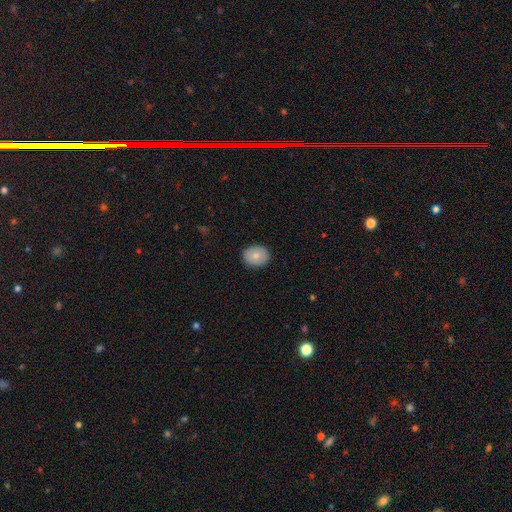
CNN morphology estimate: A smooth galaxy with no disk features (76%) that is round (56%). Merging: none (88%).